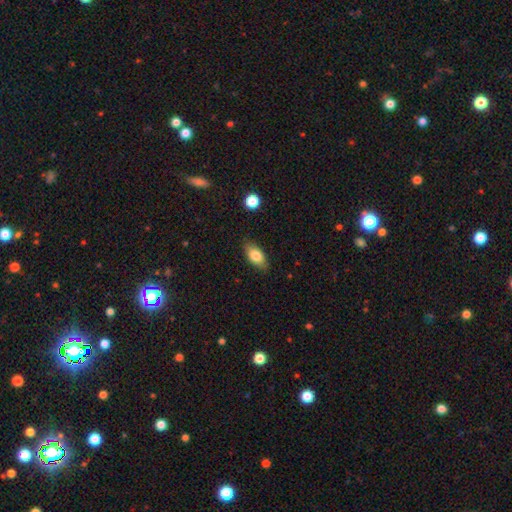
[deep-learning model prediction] smooth 80%, featured or disk 12%, star or artifact 7%. Down the decision tree: how rounded — in between (88%); merging — none (83%).